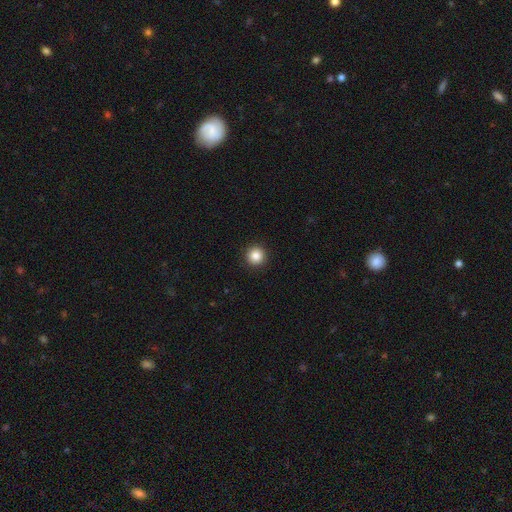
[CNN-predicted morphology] Overall: smooth (85%). How rounded: round (96%). Merging: none (93%).